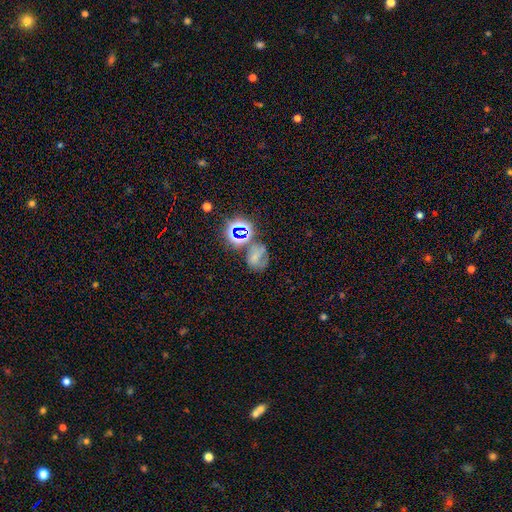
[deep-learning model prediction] Smooth or featured: smooth — 44% (star or artifact — 34%)
Merging: none — 43% (merger — 21%)